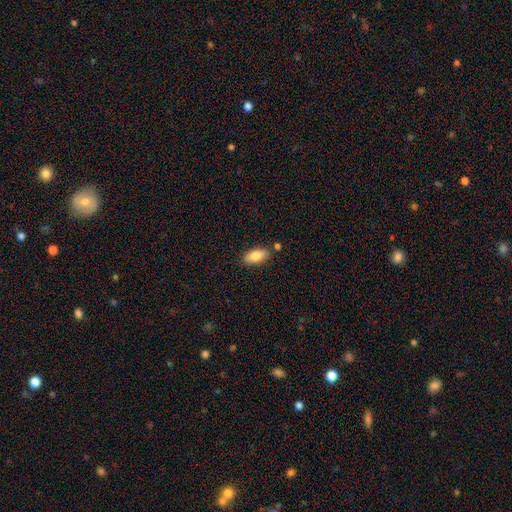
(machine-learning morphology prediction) Q: Smooth or featured?
A: smooth (84%); runner-up: featured or disk (10%)
Q: How rounded?
A: in between (86%); runner-up: cigar-shaped (12%)
Q: Merging?
A: none (81%); runner-up: minor disturbance (11%)